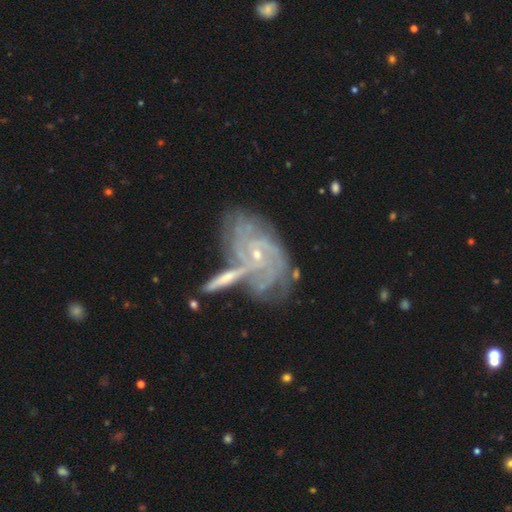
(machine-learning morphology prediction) smooth-or-featured: featured or disk: 89% | star or artifact: 6% | smooth: 5%
  disk-edge-on: no: 96% | yes: 4%
    bar: no: 61% | weak: 30% | strong: 9%
    has-spiral-arms: yes: 97% | no: 3%
      spiral-winding: tight: 62% | medium: 31% | loose: 7%
      spiral-arm-count: can't tell: 28% | 4: 20% | 3: 20% | 2: 16% | more than 4: 10% | 1: 7%
    bulge-size: small: 79% | moderate: 17% | none: 2% | large: 1% | dominant: 1%
  merging: none: 43% | merger: 30% | minor disturbance: 17% | major disturbance: 10%